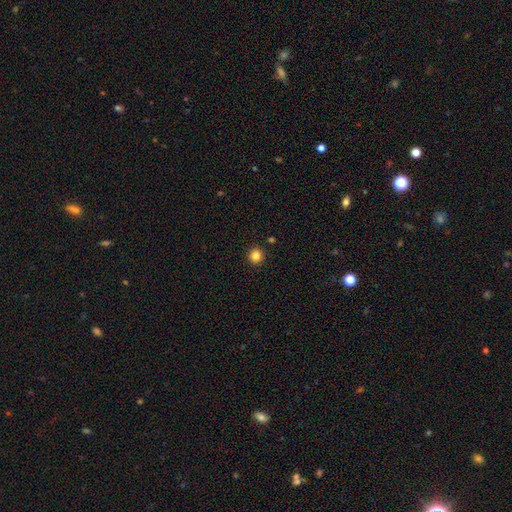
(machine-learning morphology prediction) smooth 84%, star or artifact 12%, featured or disk 4%. Down the decision tree: how rounded — round (93%); merging — none (92%).